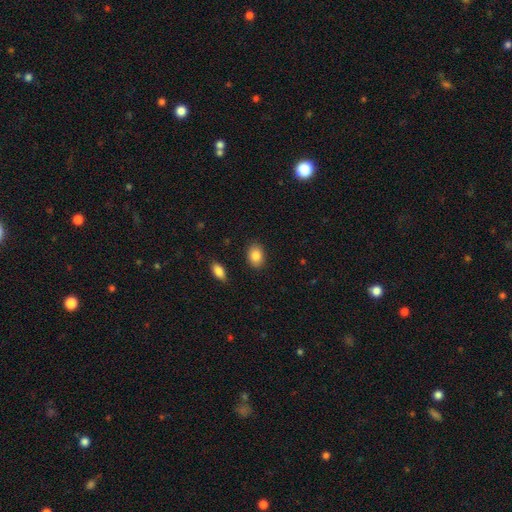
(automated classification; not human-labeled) The model was most divided on "how rounded": in between: 77%, round: 22%, cigar-shaped: 1%. More confident: merging — none (87%); smooth or featured — smooth (86%).